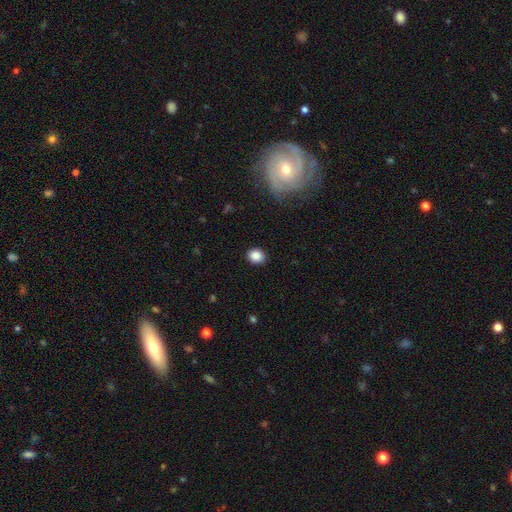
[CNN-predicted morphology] type=smooth (87%); roundness=round (67%); merging=none (90%).